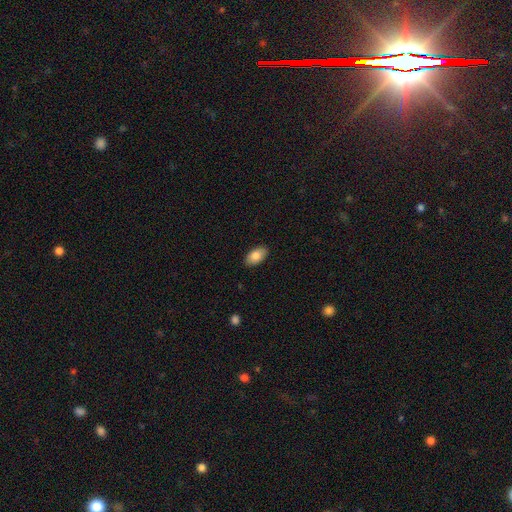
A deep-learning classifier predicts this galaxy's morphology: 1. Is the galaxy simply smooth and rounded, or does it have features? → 83% smooth, 11% featured or disk, 7% star or artifact.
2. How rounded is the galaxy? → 94% in between, 4% round, 2% cigar-shaped.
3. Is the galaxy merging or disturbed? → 89% none, 8% minor disturbance, 2% major disturbance, 1% merger.